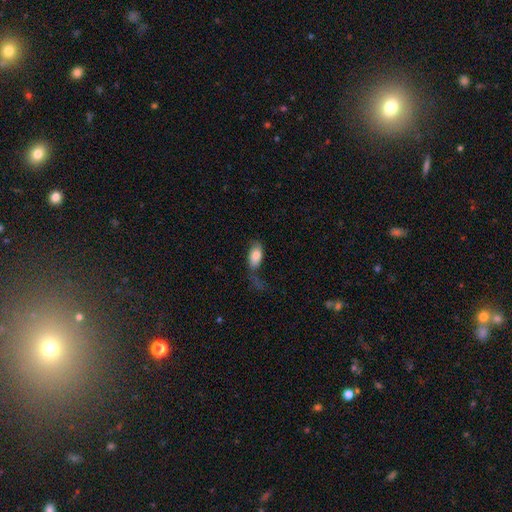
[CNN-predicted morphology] A smooth galaxy with no disk features (80%) that is in between round and cigar-shaped (92%). Merging: none (48%).